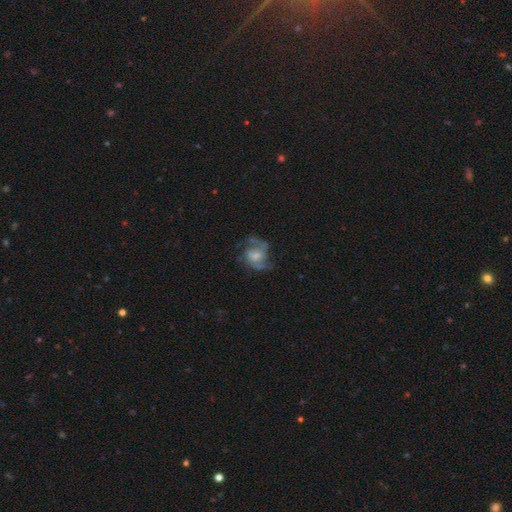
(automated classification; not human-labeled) smooth_or_featured: featured or disk (p=0.78) [alt: smooth p=0.15]
disk_edge_on: no (p=0.98) [alt: yes p=0.02]
bar: no (p=0.54) [alt: weak p=0.38]
has_spiral_arms: yes (p=0.92) [alt: no p=0.08]
spiral_winding: medium (p=0.53) [alt: loose p=0.27]
spiral_arm_count: 2 (p=0.73) [alt: can't tell p=0.10]
bulge_size: small (p=0.44) [alt: moderate p=0.37]
merging: none (p=0.61) [alt: minor disturbance p=0.20]